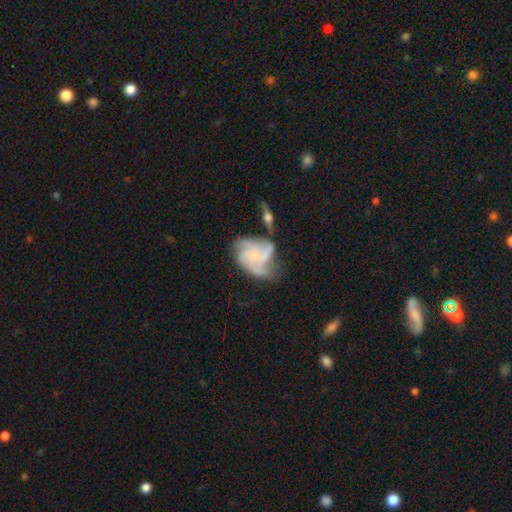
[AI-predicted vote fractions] Smooth or featured? featured or disk (75%)
Edge-on disk? no (98%)
Bar? no (75%)
Spiral arms? yes (88%)
Spiral winding? medium (43%)
Spiral arm count? 3 (38%)
Bulge size? small (61%)
Merging? none (41%)